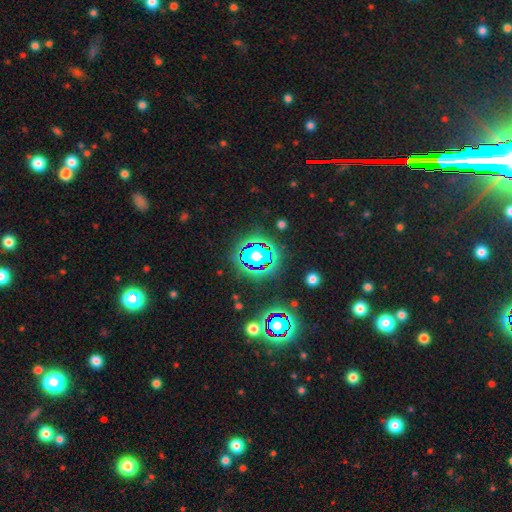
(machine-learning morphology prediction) Overall: star or artifact (58%; smooth 27%).